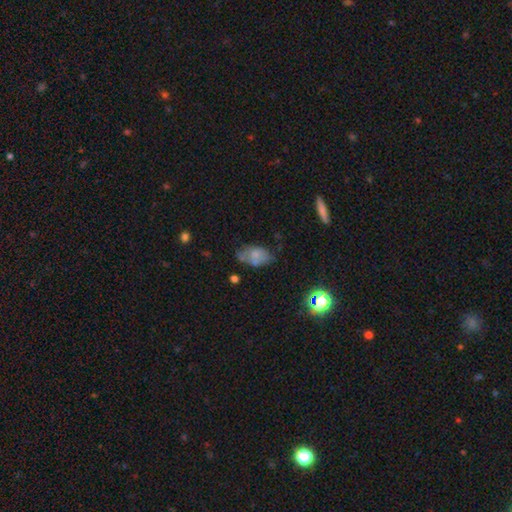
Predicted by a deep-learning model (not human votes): smooth 66%, featured or disk 23%, star or artifact 11%. Down the decision tree: how rounded — in between (90%); merging — none (48%).